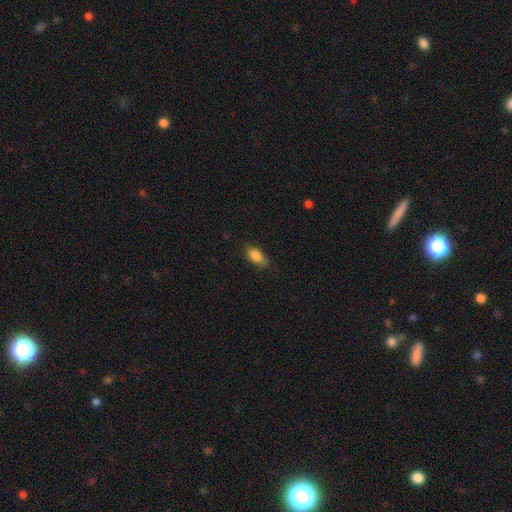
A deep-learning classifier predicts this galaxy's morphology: Smooth or featured: smooth — 85% (star or artifact — 8%)
How rounded: in between — 88% (cigar-shaped — 6%)
Merging: none — 75% (minor disturbance — 20%)